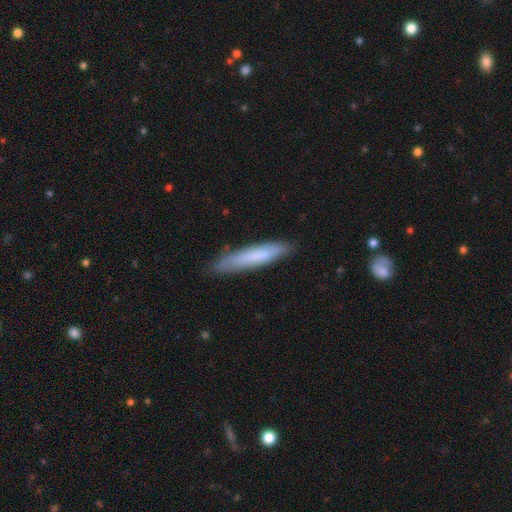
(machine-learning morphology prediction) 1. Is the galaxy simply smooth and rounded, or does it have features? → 71% smooth, 23% featured or disk, 6% star or artifact.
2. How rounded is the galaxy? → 89% cigar-shaped, 10% in between, 1% round.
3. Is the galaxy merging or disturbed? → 83% none, 13% minor disturbance, 2% major disturbance, 1% merger.